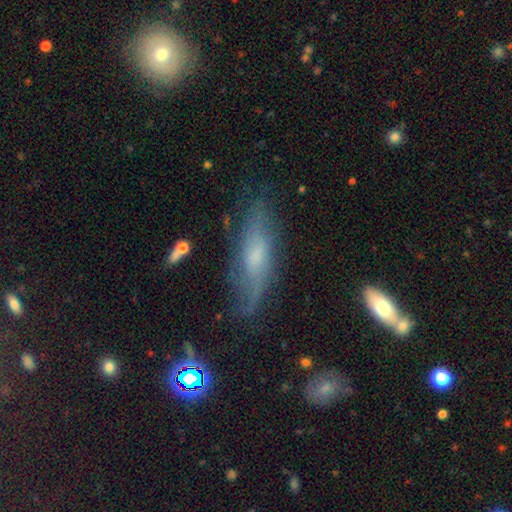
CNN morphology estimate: type=featured or disk (55%); edge-on=no (55%); merging=none (66%).